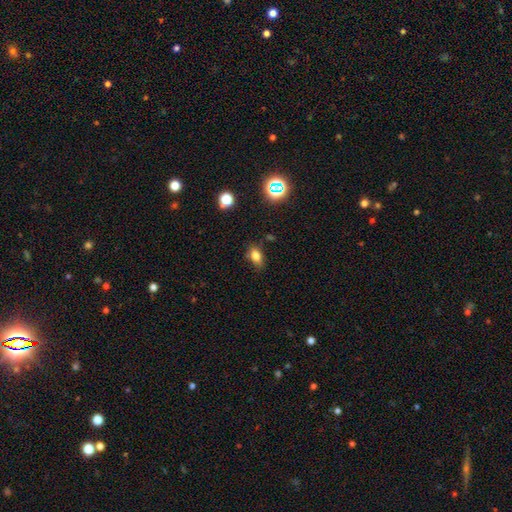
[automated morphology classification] A smooth galaxy with no disk features (78%) that is in between round and cigar-shaped (81%).

Vote fractions:
- Smooth or featured? smooth: 78% / star or artifact: 14% / featured or disk: 8%
- How rounded? in between: 81% / round: 16% / cigar-shaped: 3%
- Merging? none: 76% / minor disturbance: 17% / major disturbance: 4% / merger: 3%